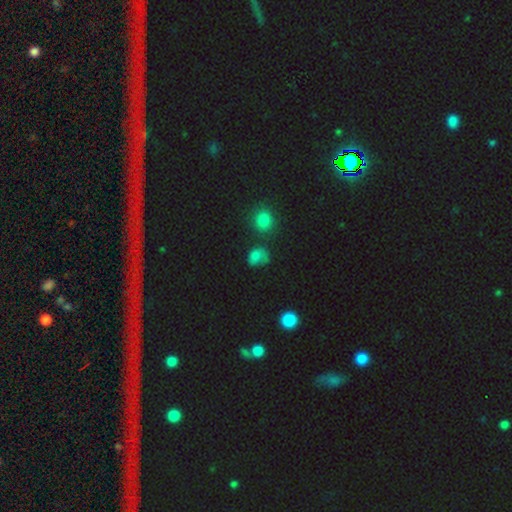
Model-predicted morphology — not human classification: This appears to be a smooth galaxy with no disk features (69%) that is round (50%). Merging: none (38%).